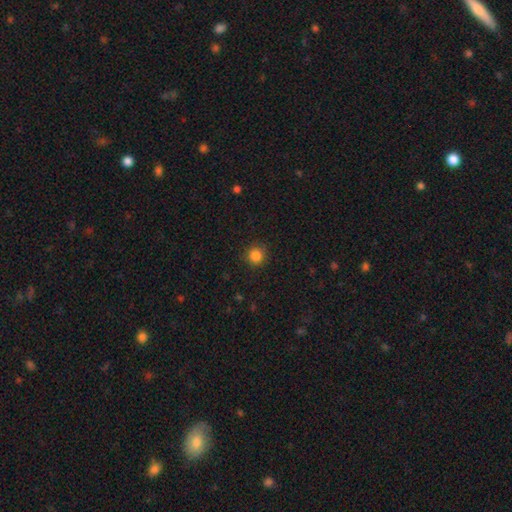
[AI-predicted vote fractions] A smooth galaxy with no disk features (85%) that is round (93%). Merging: none (89%).